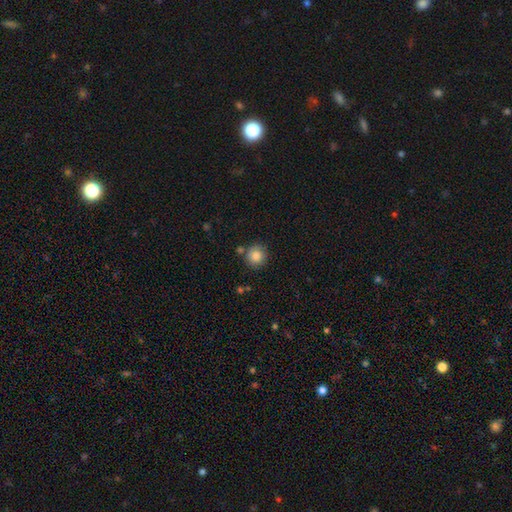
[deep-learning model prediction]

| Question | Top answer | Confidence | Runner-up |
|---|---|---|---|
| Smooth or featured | smooth | 84% | star or artifact (10%) |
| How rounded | round | 93% | in between (6%) |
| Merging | none | 82% | minor disturbance (9%) |